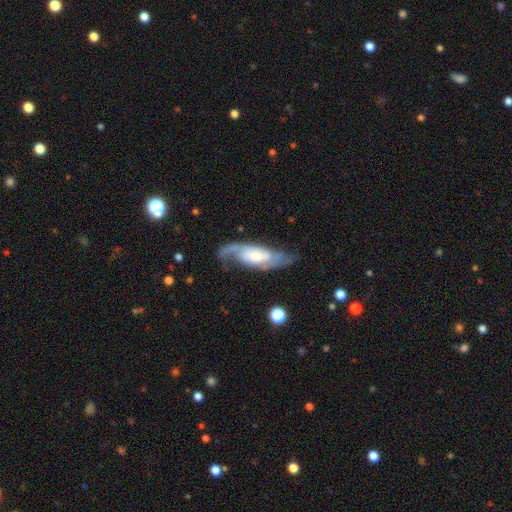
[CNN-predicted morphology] The model was most divided on "bar": no: 47%, weak: 39%, strong: 14%. Remaining: spiral arms — yes (93%); edge-on disk — no (88%); smooth or featured — featured or disk (79%); spiral arm count — 2 (77%); merging — none (62%); spiral winding — medium (45%); bulge size — moderate (44%).